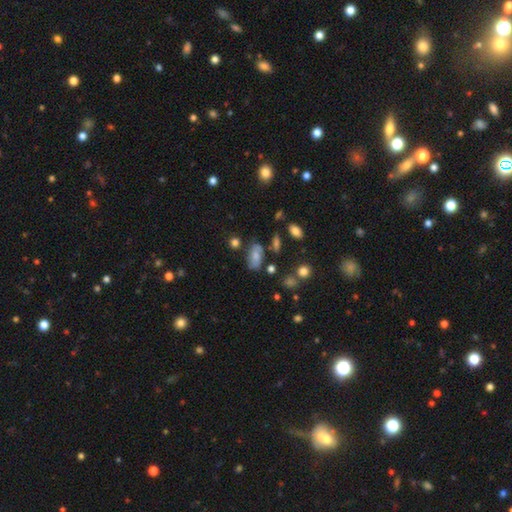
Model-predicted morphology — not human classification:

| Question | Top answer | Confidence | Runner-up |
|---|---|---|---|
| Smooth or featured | smooth | 65% | featured or disk (25%) |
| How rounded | in between | 89% | round (7%) |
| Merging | none | 65% | minor disturbance (21%) |